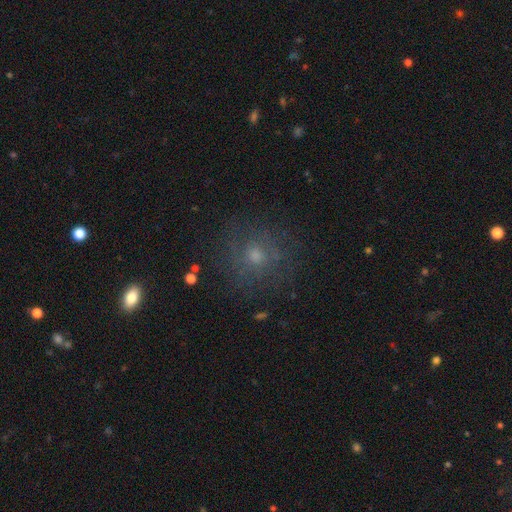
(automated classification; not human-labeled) Smooth or featured: smooth — 48% (featured or disk — 30%)
Merging: none — 77% (minor disturbance — 13%)